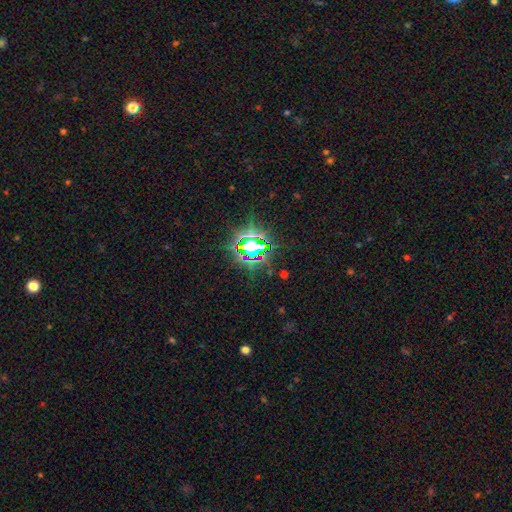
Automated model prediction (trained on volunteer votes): Smooth or featured?
  - star or artifact: 81% *
  - smooth: 11%
  - featured or disk: 8%